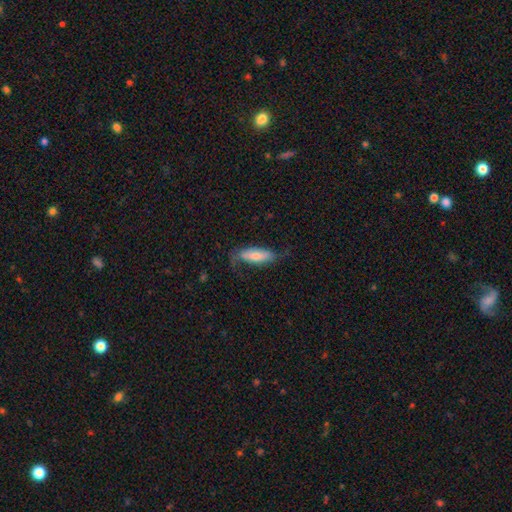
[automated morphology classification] smooth 59%, featured or disk 34%, star or artifact 6%. Down the decision tree: how rounded — in between (62%); merging — none (53%).